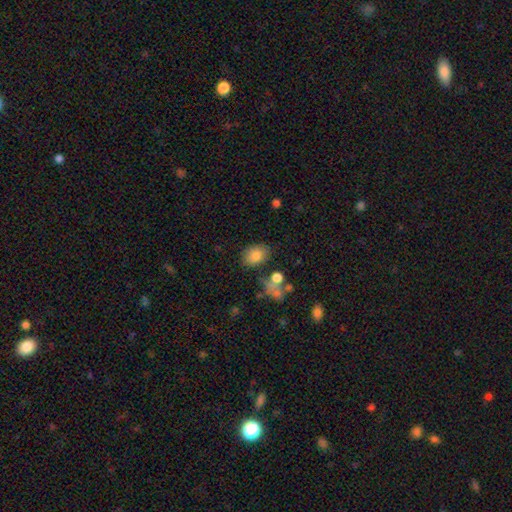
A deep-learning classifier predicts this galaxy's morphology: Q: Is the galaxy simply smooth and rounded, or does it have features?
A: smooth — 81%.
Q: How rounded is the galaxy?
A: in between — 71%.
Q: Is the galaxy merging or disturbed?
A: none — 70%.